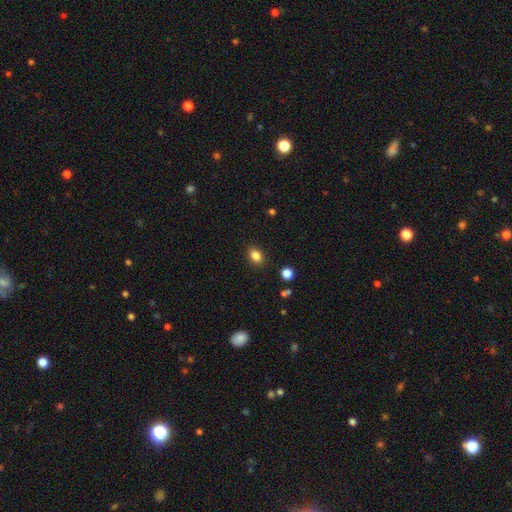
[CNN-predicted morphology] Smooth or featured?
  - smooth: 84% *
  - star or artifact: 11%
  - featured or disk: 5%
How rounded?
  - in between: 61% *
  - round: 38%
  - cigar-shaped: 1%
Merging?
  - none: 89% *
  - minor disturbance: 8%
  - major disturbance: 2%
  - merger: 1%